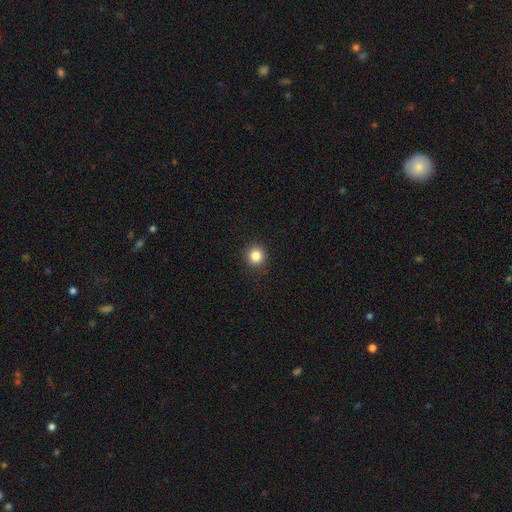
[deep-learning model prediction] smooth_or_featured: smooth (p=0.84) [alt: star or artifact p=0.11]
how_rounded: round (p=0.93) [alt: in between p=0.06]
merging: none (p=0.92) [alt: minor disturbance p=0.06]